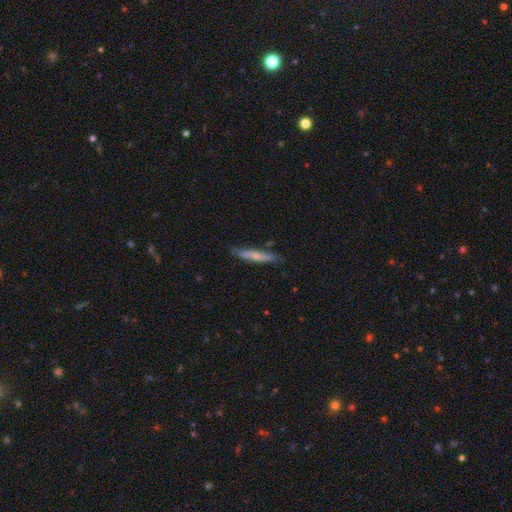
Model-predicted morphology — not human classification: Smooth or featured: smooth — 56% (featured or disk — 38%)
How rounded: cigar-shaped — 89% (in between — 10%)
Merging: none — 78% (minor disturbance — 17%)